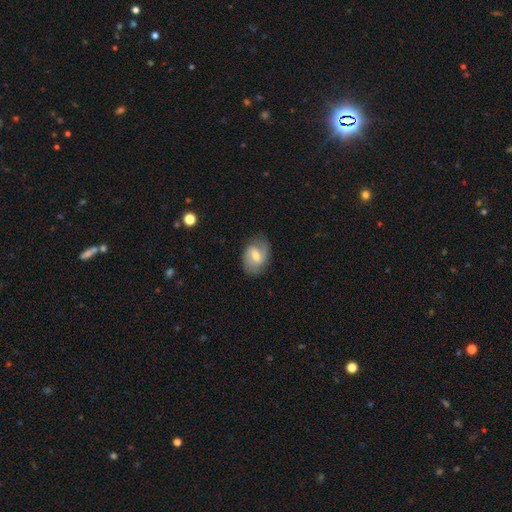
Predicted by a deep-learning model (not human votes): Q: Smooth or featured?
A: featured or disk (59%); runner-up: smooth (34%)
Q: Edge-on disk?
A: no (96%); runner-up: yes (4%)
Q: Bar?
A: weak (54%); runner-up: no (26%)
Q: Spiral arms?
A: yes (82%); runner-up: no (18%)
Q: Bulge size?
A: moderate (63%); runner-up: small (31%)
Q: Merging?
A: none (70%); runner-up: minor disturbance (21%)